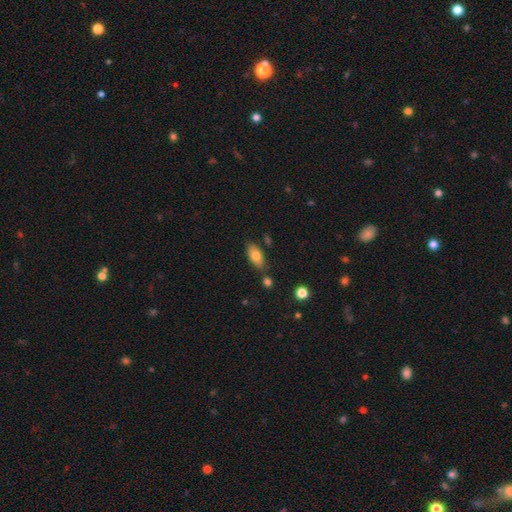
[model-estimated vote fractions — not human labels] smooth-or-featured: smooth: 76% | featured or disk: 16% | star or artifact: 8%
  how-rounded: in between: 89% | cigar-shaped: 7% | round: 4%
  merging: none: 76% | minor disturbance: 14% | merger: 7% | major disturbance: 3%